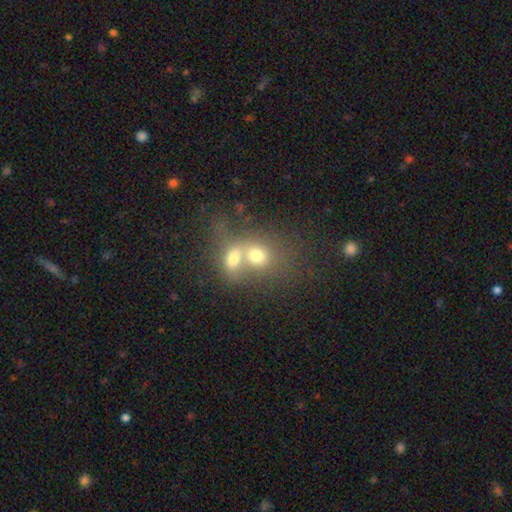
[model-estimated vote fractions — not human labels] smooth_or_featured: smooth (p=0.60) [alt: featured or disk p=0.26]
how_rounded: round (p=0.60) [alt: in between p=0.38]
merging: merger (p=0.72) [alt: none p=0.18]